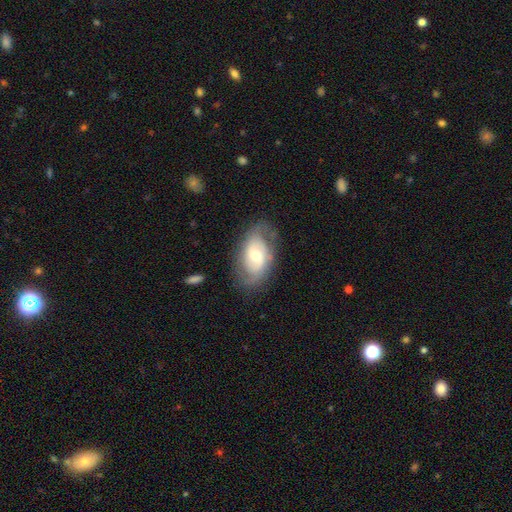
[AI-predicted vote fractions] A featured or disk galaxy (64%) with no bar (50%), spiral arms (78%) and a moderate central bulge (65%).

Vote fractions:
- Smooth or featured? featured or disk: 64% / smooth: 29% / star or artifact: 6%
- Edge-on disk? no: 94% / yes: 6%
- Bar? no: 50% / weak: 39% / strong: 11%
- Spiral arms? yes: 78% / no: 22%
- Bulge size? moderate: 65% / small: 26% / large: 7% / dominant: 1% / none: 1%
- Merging? none: 68% / minor disturbance: 21% / major disturbance: 9% / merger: 2%